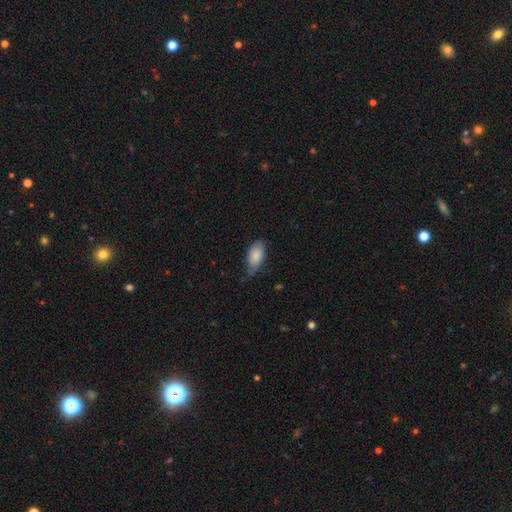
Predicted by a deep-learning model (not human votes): Q: Smooth or featured?
A: smooth (84%); runner-up: featured or disk (10%)
Q: How rounded?
A: in between (93%); runner-up: cigar-shaped (4%)
Q: Merging?
A: none (48%); runner-up: minor disturbance (41%)